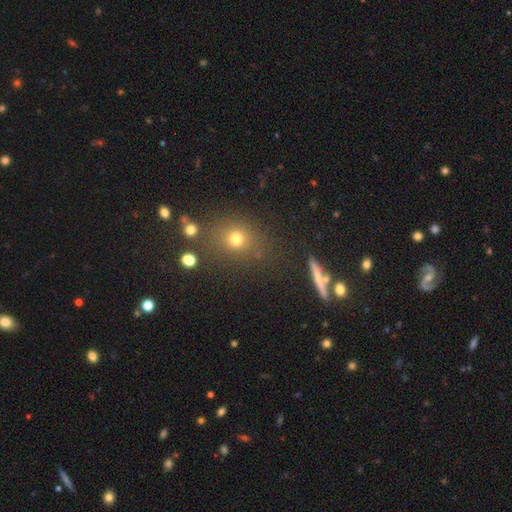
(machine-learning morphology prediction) This appears to be a smooth galaxy with no disk features (51%) that is round (65%). Merging: none (79%).